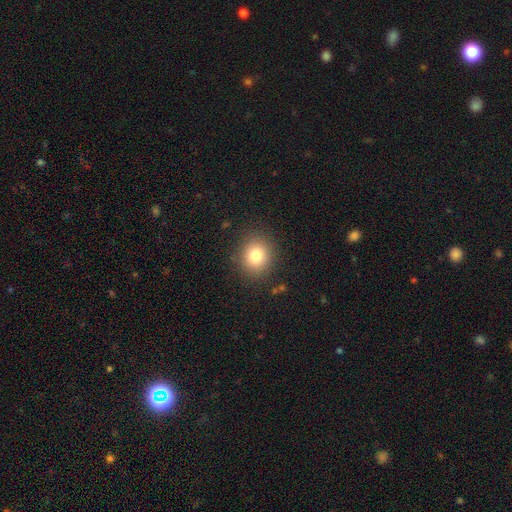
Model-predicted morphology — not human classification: type=smooth (79%); roundness=round (77%); merging=none (87%).